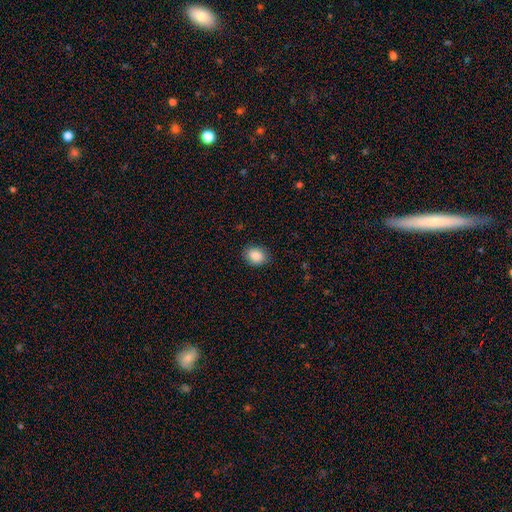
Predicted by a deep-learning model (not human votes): A smooth galaxy with no disk features (87%) that is in between round and cigar-shaped (59%).

Vote fractions:
- Smooth or featured? smooth: 87% / star or artifact: 8% / featured or disk: 5%
- How rounded? in between: 59% / round: 40% / cigar-shaped: 1%
- Merging? none: 87% / minor disturbance: 10% / major disturbance: 2% / merger: 1%